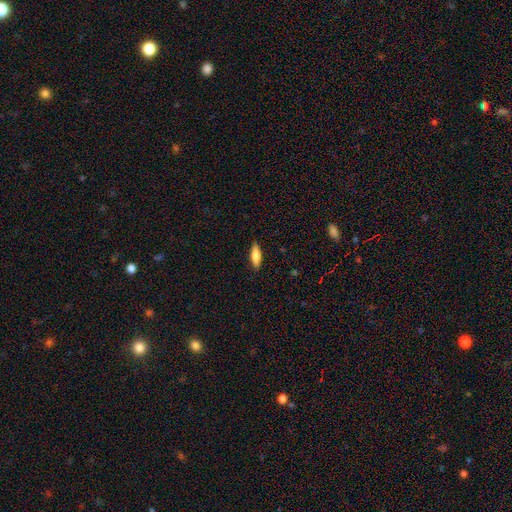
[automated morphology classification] smooth 76%, featured or disk 18%, star or artifact 6%. Down the decision tree: how rounded — cigar-shaped (53%); merging — none (87%).